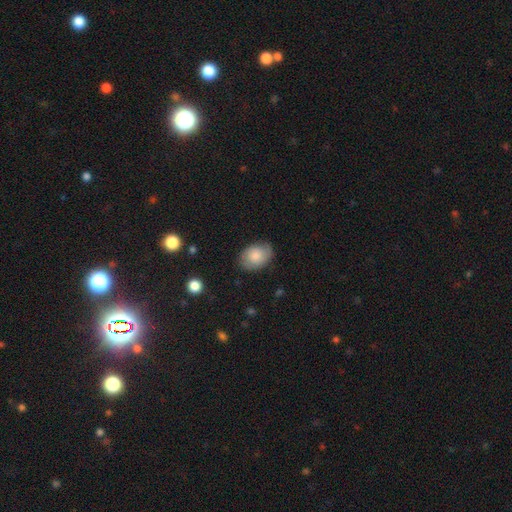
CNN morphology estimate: A smooth galaxy with no disk features (78%) that is in between round and cigar-shaped (77%).

Vote fractions:
- Smooth or featured? smooth: 78% / featured or disk: 15% / star or artifact: 7%
- How rounded? in between: 77% / round: 22% / cigar-shaped: 1%
- Merging? none: 76% / minor disturbance: 19% / major disturbance: 4% / merger: 1%